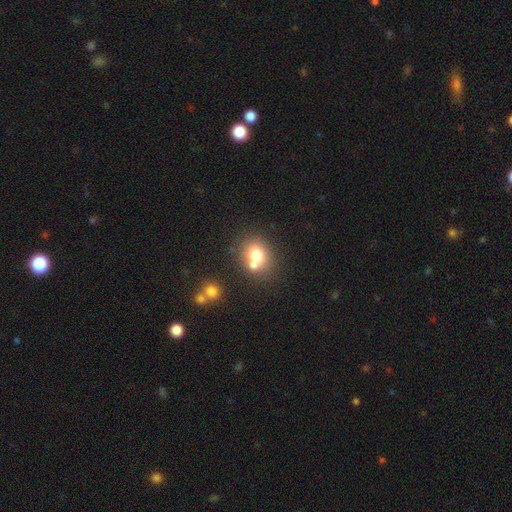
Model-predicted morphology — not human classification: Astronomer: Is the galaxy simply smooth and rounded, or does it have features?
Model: smooth — 72%.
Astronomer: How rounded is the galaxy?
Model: round — 61% (runner-up: in between, 38%).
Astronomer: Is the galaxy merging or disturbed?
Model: none — 50% (runner-up: merger, 35%).